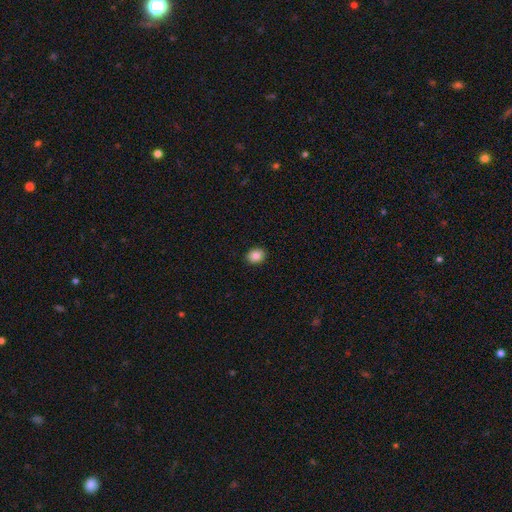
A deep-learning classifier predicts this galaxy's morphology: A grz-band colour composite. It shows a smooth galaxy with no disk features (86%) that is round (57%). Merging: none (91%).